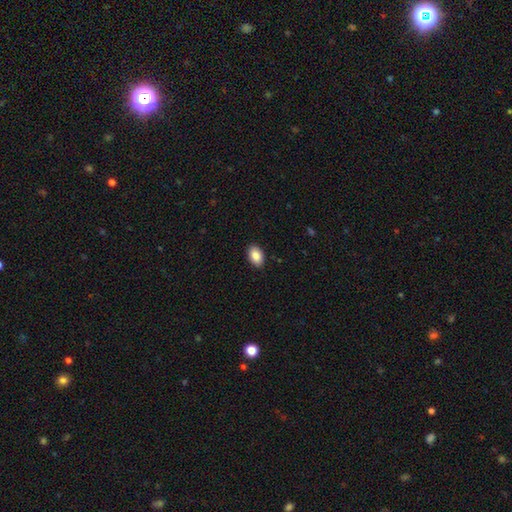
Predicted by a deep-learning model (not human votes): This appears to be a smooth galaxy with no disk features (89%) that is in between round and cigar-shaped (92%). Merging: none (89%).